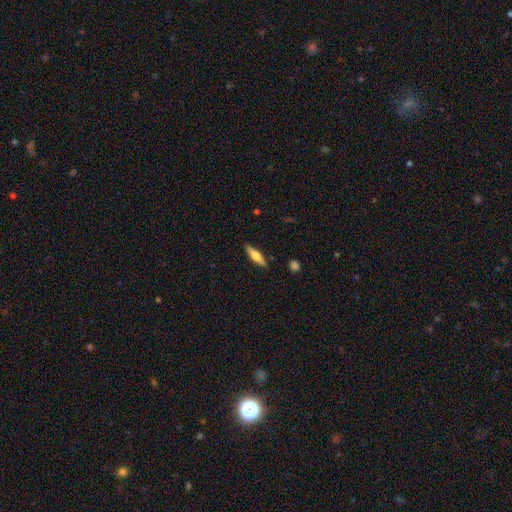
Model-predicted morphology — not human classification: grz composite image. It shows a smooth galaxy with no disk features (50%) that is cigar-shaped (69%). Merging: none (89%).